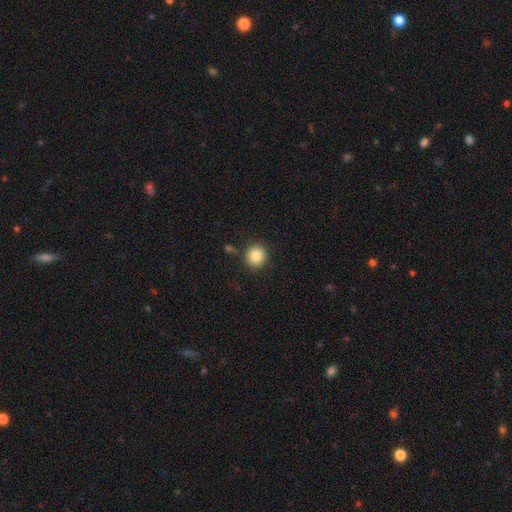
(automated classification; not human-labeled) Smooth or featured? Predicted: smooth (p=0.85). How rounded? Predicted: round (p=0.91). Merging? Predicted: none (p=0.86).